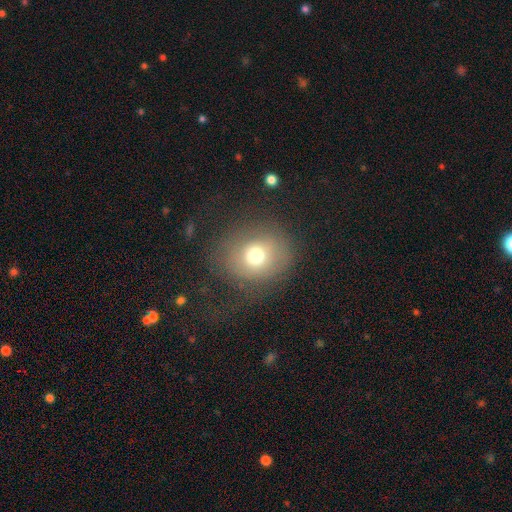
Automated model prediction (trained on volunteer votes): smooth-or-featured: smooth: 70% | featured or disk: 16% | star or artifact: 14%
  how-rounded: round: 75% | in between: 24% | cigar-shaped: 1%
  merging: none: 68% | minor disturbance: 16% | major disturbance: 14% | merger: 2%